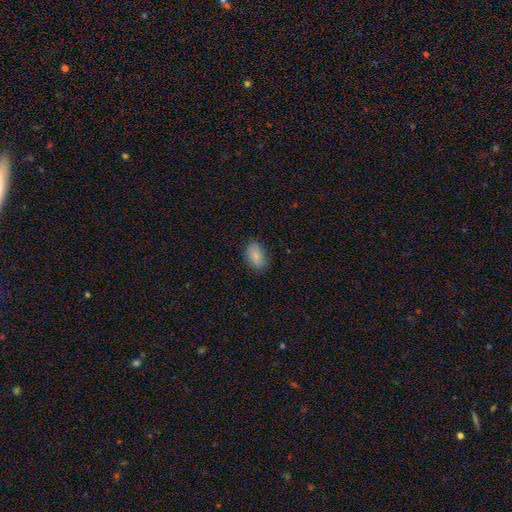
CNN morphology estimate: Overall: smooth (87%). How rounded: in between (91%). Merging: none (85%).